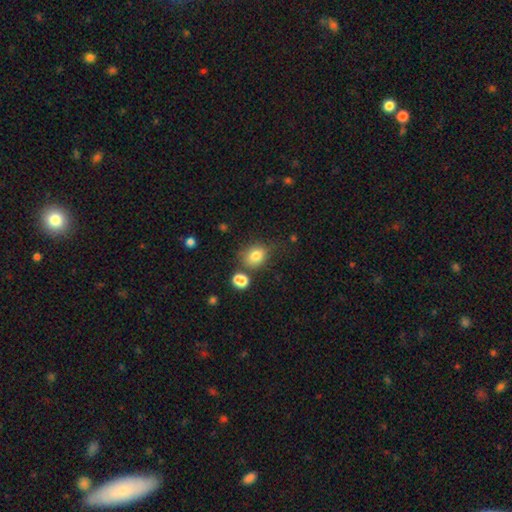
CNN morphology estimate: smooth_or_featured: smooth (p=0.81) [alt: star or artifact p=0.11]
how_rounded: round (p=0.57) [alt: in between p=0.42]
merging: none (p=0.66) [alt: minor disturbance p=0.17]